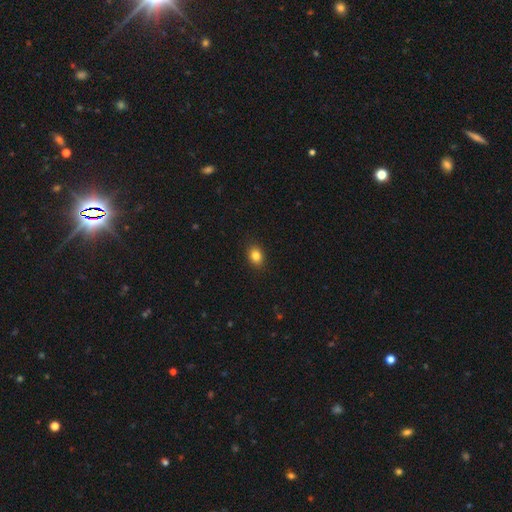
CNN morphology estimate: Smooth or featured? smooth (84%)
How rounded? in between (65%)
Merging? none (89%)